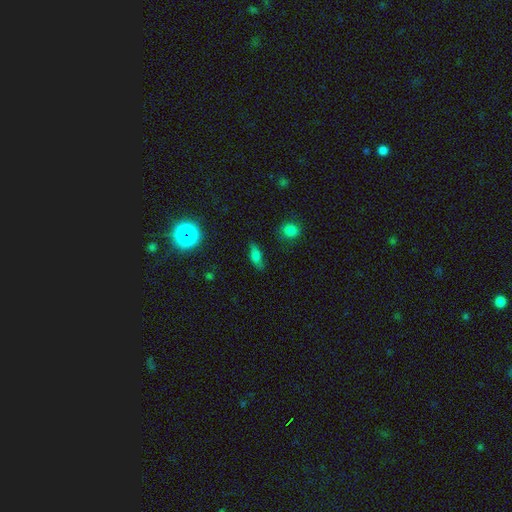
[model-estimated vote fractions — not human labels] Morphology: type=smooth (68%); roundness=in between (69%); merging=none (76%).